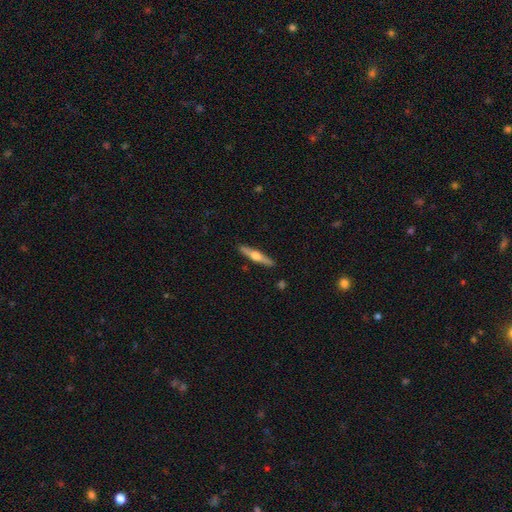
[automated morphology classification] Smooth or featured? featured or disk (60%)
Edge-on disk? yes (96%)
Edge-on bulge? rounded (93%)
Merging? none (90%)